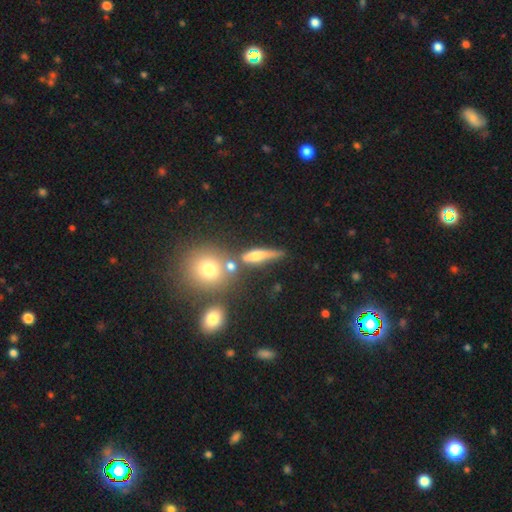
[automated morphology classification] type=smooth (52%); roundness=cigar-shaped (52%); merging=none (57%).